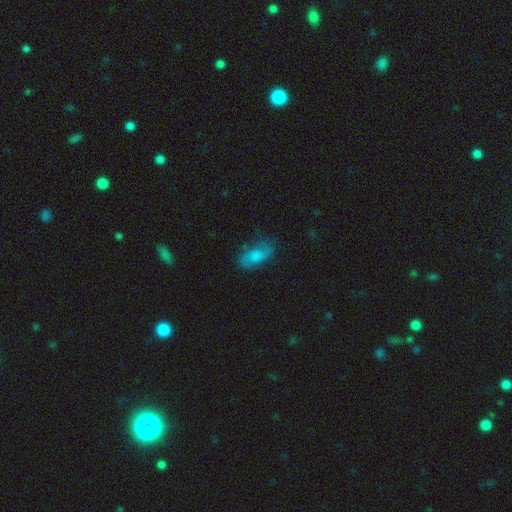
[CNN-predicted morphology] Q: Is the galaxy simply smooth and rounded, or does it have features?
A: smooth — 57%.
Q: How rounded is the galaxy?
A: in between — 87%.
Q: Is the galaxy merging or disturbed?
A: none — 59%.